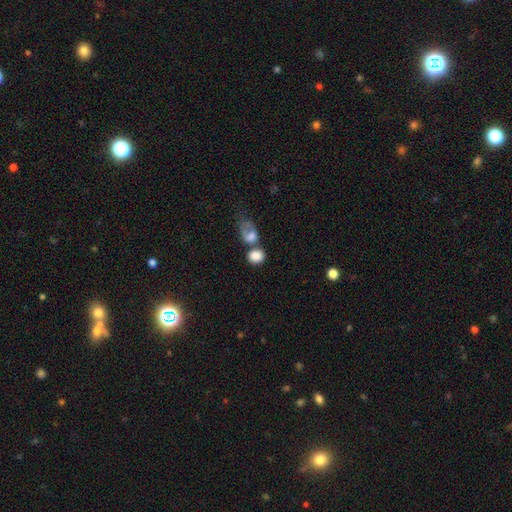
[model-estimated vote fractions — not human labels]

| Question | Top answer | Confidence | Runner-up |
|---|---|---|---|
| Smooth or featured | smooth | 83% | star or artifact (9%) |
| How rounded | round | 62% | in between (37%) |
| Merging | merger | 42% | none (36%) |